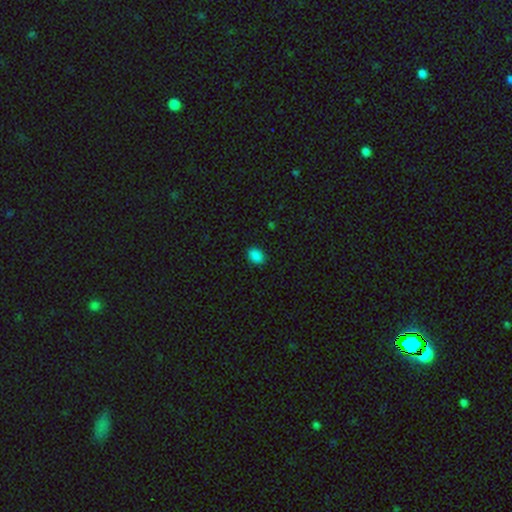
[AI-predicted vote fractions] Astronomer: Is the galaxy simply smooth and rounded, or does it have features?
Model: smooth — 87%.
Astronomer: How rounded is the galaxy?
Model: in between — 73%.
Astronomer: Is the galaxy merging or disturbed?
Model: none — 88%.